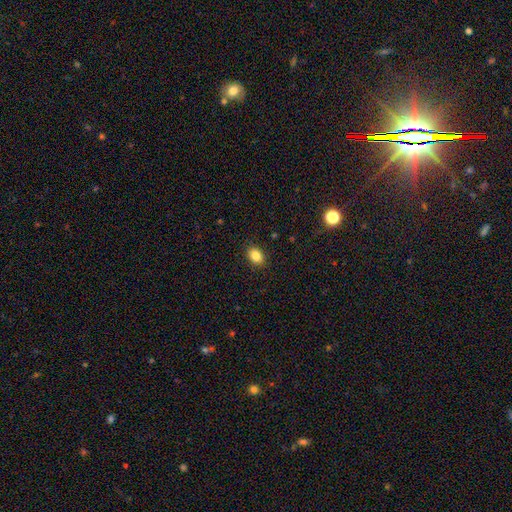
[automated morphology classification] Overall: smooth (85%). How rounded: in between (65%; round 34%). Merging: none (90%).